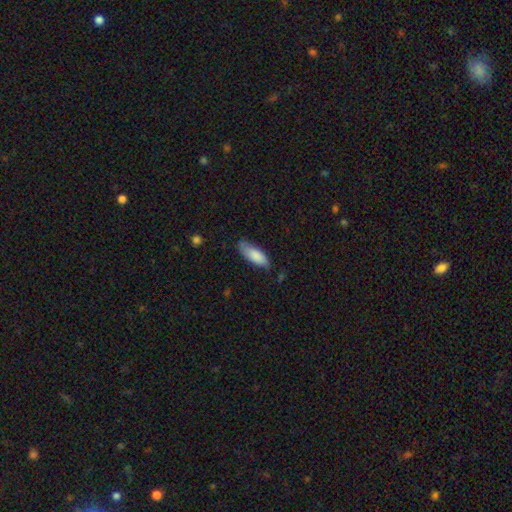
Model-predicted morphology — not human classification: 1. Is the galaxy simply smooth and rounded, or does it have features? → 83% smooth, 11% featured or disk, 6% star or artifact.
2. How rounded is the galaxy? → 69% in between, 29% cigar-shaped, 2% round.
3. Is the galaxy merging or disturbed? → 66% none, 27% minor disturbance, 5% major disturbance, 2% merger.